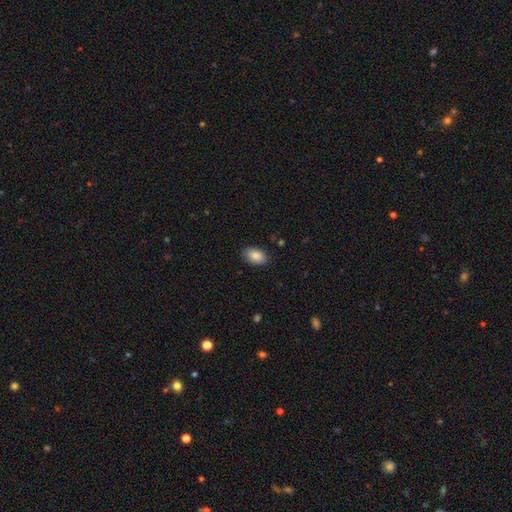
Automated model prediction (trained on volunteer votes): Smooth or featured? smooth (88%)
How rounded? in between (88%)
Merging? none (86%)